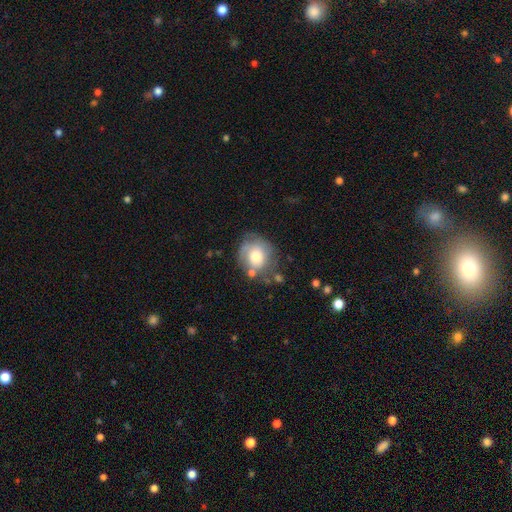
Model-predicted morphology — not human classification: smooth-or-featured: smooth: 61% | featured or disk: 31% | star or artifact: 8%
  how-rounded: round: 78% | in between: 21% | cigar-shaped: 1%
  merging: none: 58% | minor disturbance: 24% | major disturbance: 11% | merger: 8%